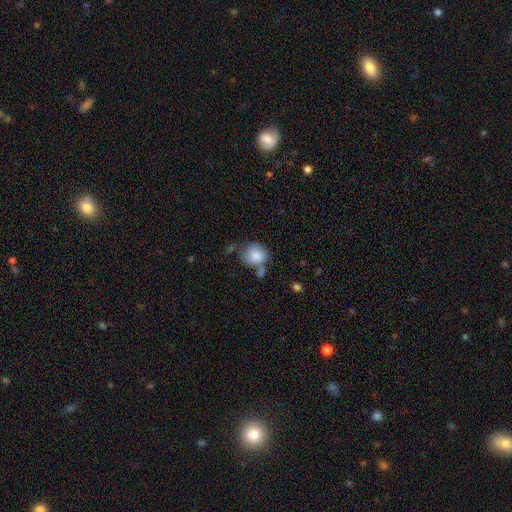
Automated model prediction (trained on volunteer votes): smooth-or-featured: smooth: 83% | featured or disk: 10% | star or artifact: 8%
  how-rounded: round: 60% | in between: 39% | cigar-shaped: 1%
  merging: none: 45% | minor disturbance: 24% | merger: 20% | major disturbance: 11%